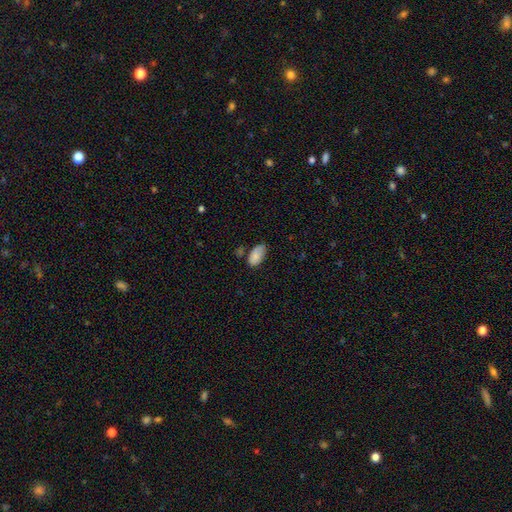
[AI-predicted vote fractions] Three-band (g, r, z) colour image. It shows a smooth galaxy with no disk features (85%) that is in between round and cigar-shaped (94%). Merging: none (62%).